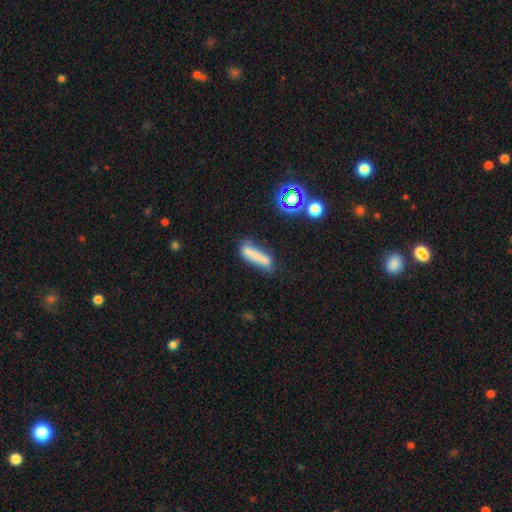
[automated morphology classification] A smooth galaxy with no disk features (68%) that is cigar-shaped (77%). Merging: none (50%).